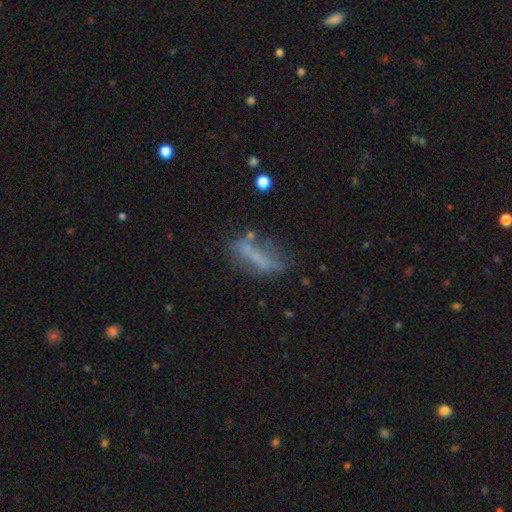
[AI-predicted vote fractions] A smooth galaxy with no disk features (54%) that is cigar-shaped (70%).

Vote fractions:
- Smooth or featured? smooth: 54% / featured or disk: 33% / star or artifact: 13%
- How rounded? cigar-shaped: 70% / in between: 28% / round: 3%
- Merging? none: 56% / minor disturbance: 23% / major disturbance: 13% / merger: 7%